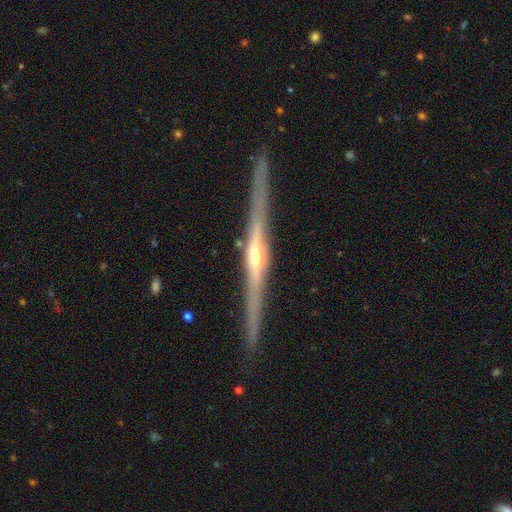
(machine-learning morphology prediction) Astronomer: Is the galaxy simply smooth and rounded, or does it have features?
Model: featured or disk — 84%.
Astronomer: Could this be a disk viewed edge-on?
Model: yes — 98%.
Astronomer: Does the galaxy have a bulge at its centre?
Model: rounded — 75%.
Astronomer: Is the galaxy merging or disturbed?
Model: none — 85%.